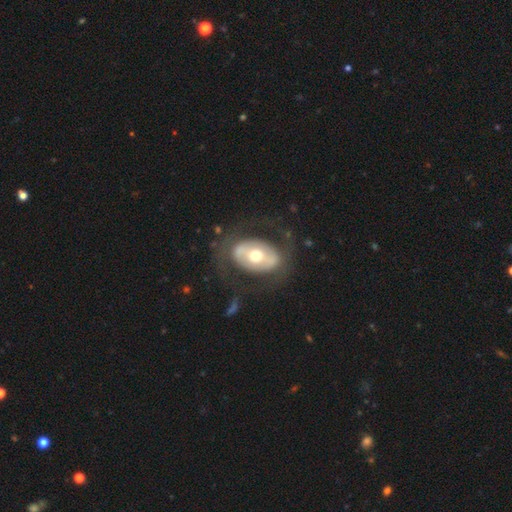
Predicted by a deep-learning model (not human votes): A featured or disk galaxy (61%) with no bar (56%), no spiral arms (70%) and a moderate central bulge (71%). Merging: none (70%).